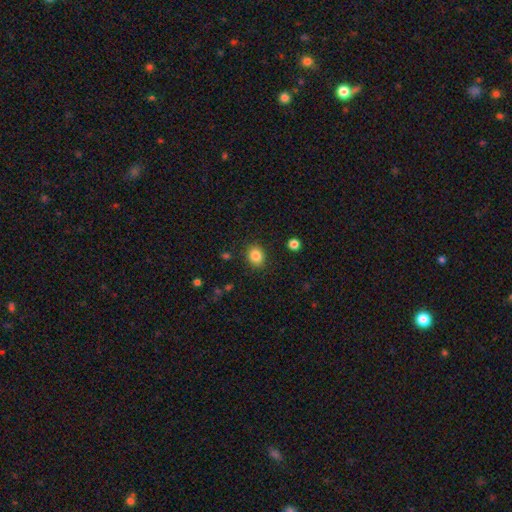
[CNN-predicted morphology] The model was most divided on "how rounded": round: 59%, in between: 40%, cigar-shaped: 1%. More confident: merging — none (88%); smooth or featured — smooth (85%).